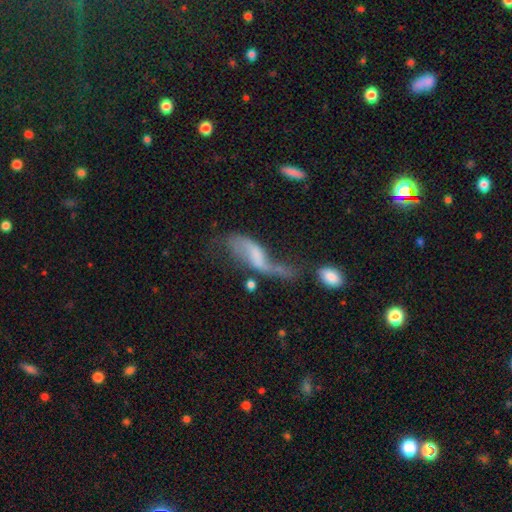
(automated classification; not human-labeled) A featured or disk galaxy (68%) with a weak bar (39%), spiral arms (79%) and no central bulge (47%).

Vote fractions:
- Smooth or featured? featured or disk: 68% / smooth: 23% / star or artifact: 9%
- Edge-on disk? no: 91% / yes: 9%
- Bar? weak: 39% / no: 38% / strong: 22%
- Spiral arms? yes: 79% / no: 21%
- Bulge size? none: 47% / small: 29% / moderate: 17% / large: 5% / dominant: 2%
- Merging? major disturbance: 33% / none: 25% / merger: 24% / minor disturbance: 18%